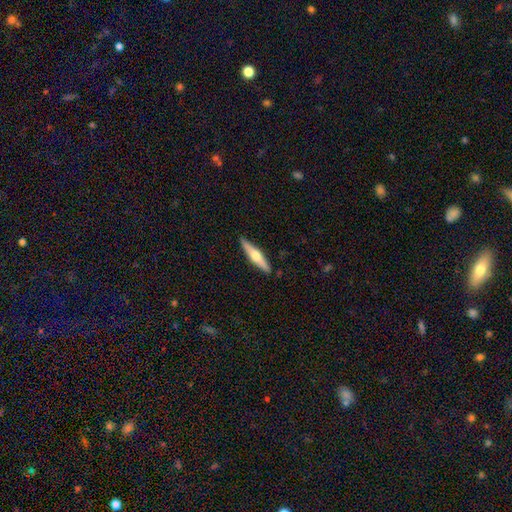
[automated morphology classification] The model was most divided on "smooth or featured": featured or disk: 59%, smooth: 36%, star or artifact: 5%. More confident: edge-on disk — yes (96%); edge-on bulge — rounded (94%); merging — none (90%).